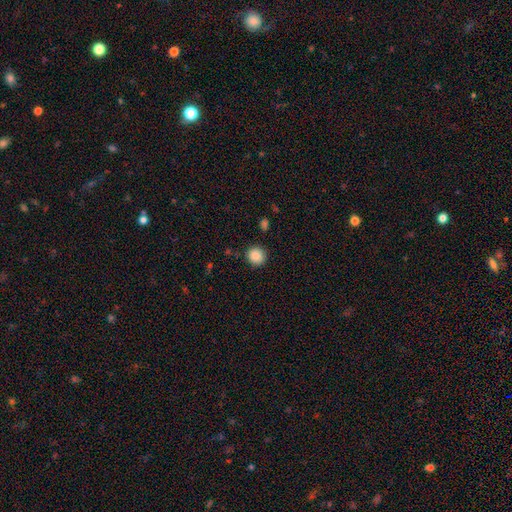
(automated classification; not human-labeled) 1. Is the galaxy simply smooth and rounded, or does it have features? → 88% smooth, 9% star or artifact, 3% featured or disk.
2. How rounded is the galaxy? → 92% round, 7% in between, 1% cigar-shaped.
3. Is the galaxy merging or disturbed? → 89% none, 7% minor disturbance, 2% major disturbance, 2% merger.